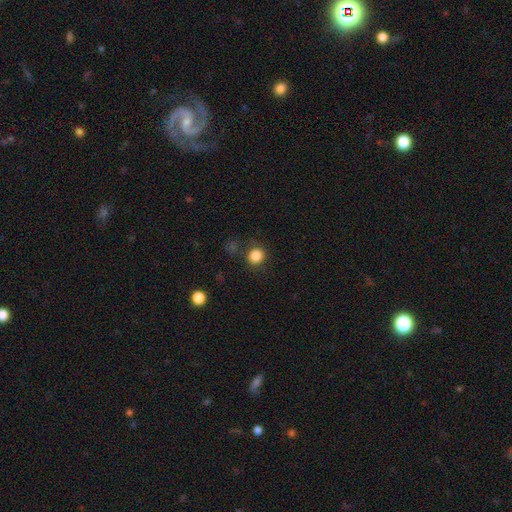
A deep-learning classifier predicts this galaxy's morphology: Smooth or featured? smooth (85%)
How rounded? round (87%)
Merging? none (82%)